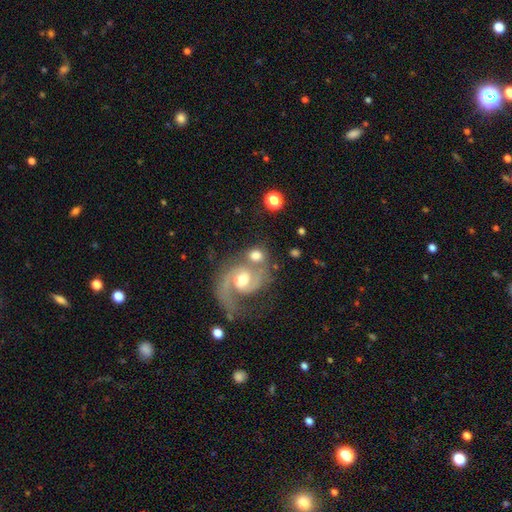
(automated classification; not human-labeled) A featured or disk galaxy (56%) with a weak bar (44%), spiral arms (90%) and a moderate central bulge (63%).

Vote fractions:
- Smooth or featured? featured or disk: 56% / smooth: 35% / star or artifact: 9%
- Edge-on disk? no: 97% / yes: 3%
- Bar? weak: 44% / no: 43% / strong: 13%
- Spiral arms? yes: 90% / no: 10%
- Bulge size? moderate: 63% / small: 18% / large: 14% / none: 3% / dominant: 2%
- Merging? none: 42% / merger: 38% / minor disturbance: 12% / major disturbance: 9%